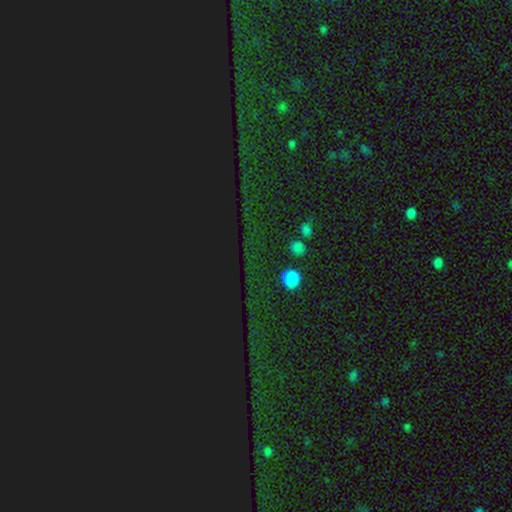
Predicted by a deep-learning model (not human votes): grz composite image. It shows a star or artifact, not a galaxy (84%).